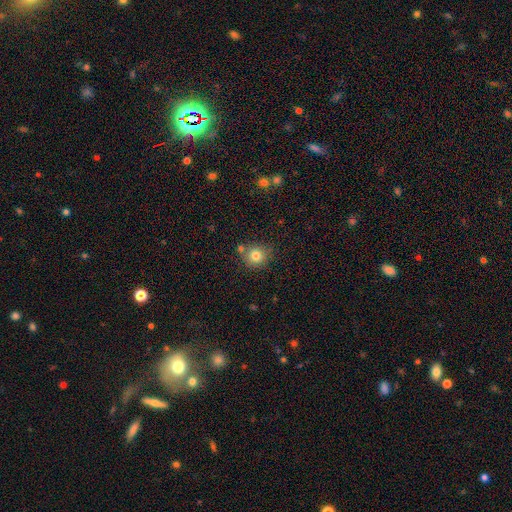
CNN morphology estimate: A smooth galaxy with no disk features (81%) that is round (89%).

Vote fractions:
- Smooth or featured? smooth: 81% / star or artifact: 11% / featured or disk: 8%
- How rounded? round: 89% / in between: 10% / cigar-shaped: 1%
- Merging? none: 74% / minor disturbance: 12% / merger: 11% / major disturbance: 3%